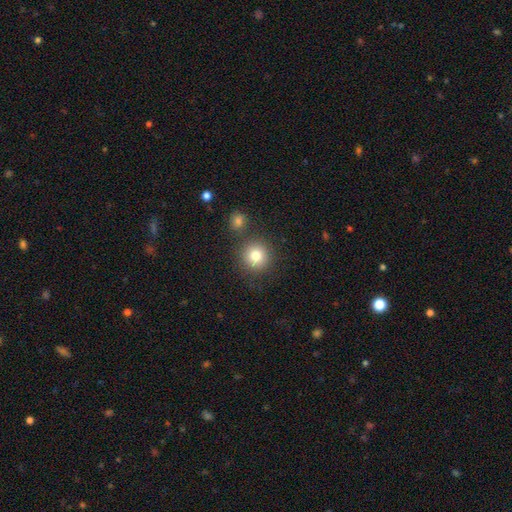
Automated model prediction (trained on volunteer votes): This is clearly a smooth galaxy (82%). How rounded: clearly round (92%). Merging: likely none (79%).